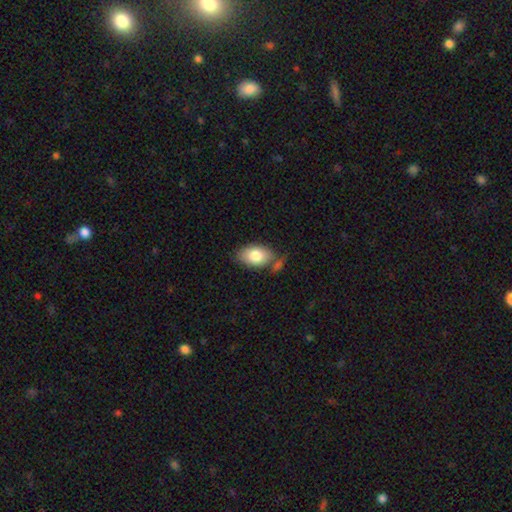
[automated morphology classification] Overall: smooth (81%). How rounded: in between (90%). Merging: none (63%).